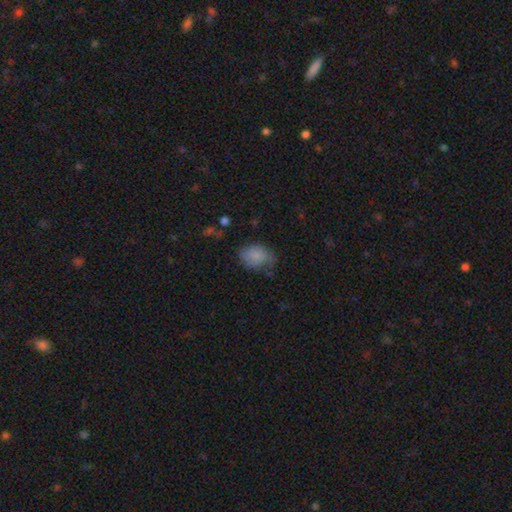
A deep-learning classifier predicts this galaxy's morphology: Smooth or featured? smooth (83%)
How rounded? in between (77%)
Merging? none (59%)